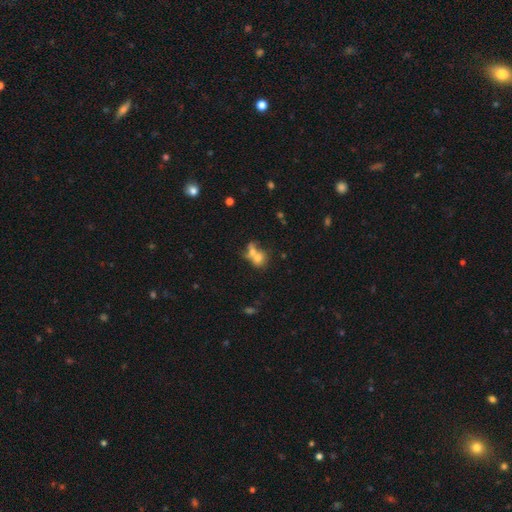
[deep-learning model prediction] smooth 67%, featured or disk 21%, star or artifact 12%. Down the decision tree: how rounded — round (56%); merging — merger (62%).